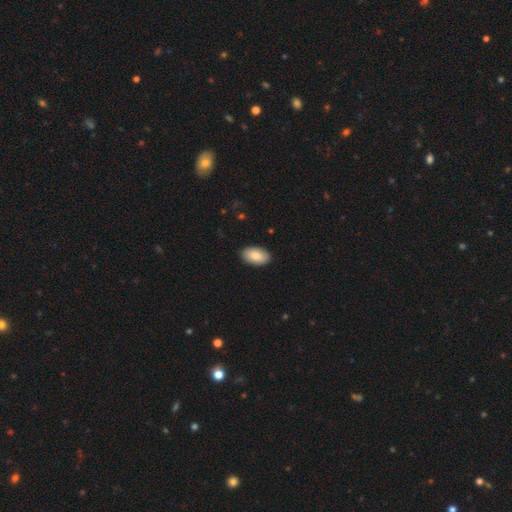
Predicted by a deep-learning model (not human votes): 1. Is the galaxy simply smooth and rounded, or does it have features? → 86% smooth, 8% featured or disk, 6% star or artifact.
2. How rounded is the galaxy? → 95% in between, 4% round, 1% cigar-shaped.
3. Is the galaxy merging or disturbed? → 90% none, 8% minor disturbance, 2% major disturbance, 1% merger.